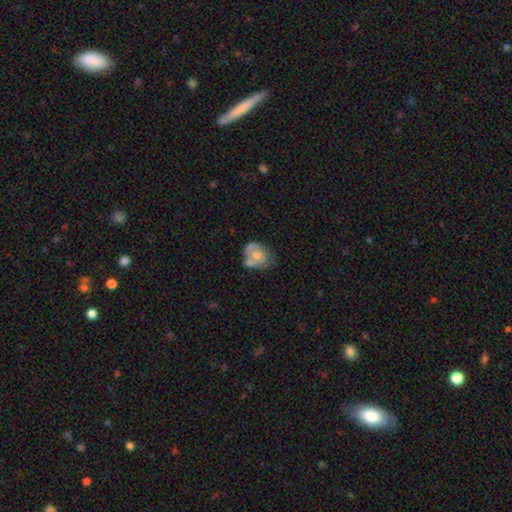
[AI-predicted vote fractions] Smooth or featured: smooth — 53% (featured or disk — 40%)
How rounded: round — 50% (in between — 49%)
Merging: none — 33% (minor disturbance — 26%)